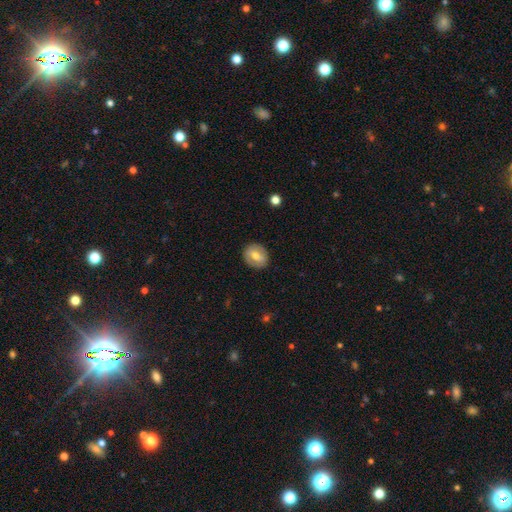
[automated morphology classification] The model was most divided on "smooth or featured": smooth: 57%, featured or disk: 36%, star or artifact: 7%. More confident: merging — none (87%); how rounded — round (74%).